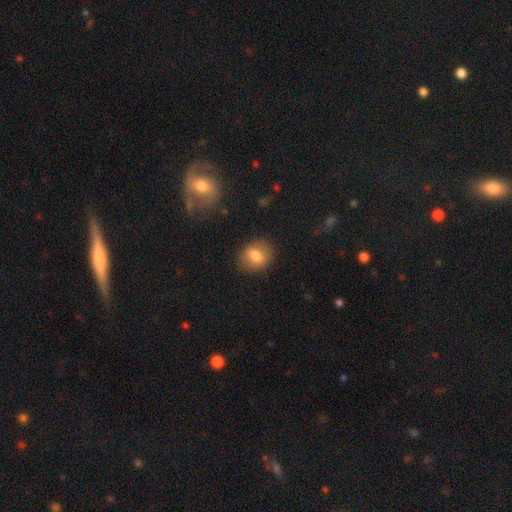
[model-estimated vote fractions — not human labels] A smooth galaxy with no disk features (75%) that is round (53%).

Vote fractions:
- Smooth or featured? smooth: 75% / featured or disk: 17% / star or artifact: 8%
- How rounded? round: 53% / in between: 45% / cigar-shaped: 1%
- Merging? none: 84% / minor disturbance: 11% / major disturbance: 3% / merger: 1%